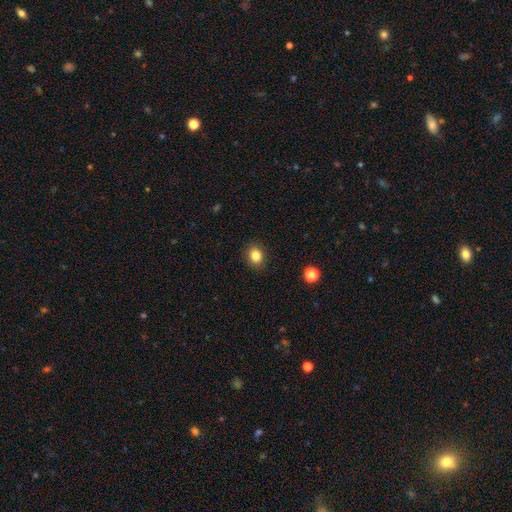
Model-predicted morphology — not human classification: Smooth or featured?
  - smooth: 84% *
  - star or artifact: 11%
  - featured or disk: 5%
How rounded?
  - round: 61% *
  - in between: 38%
  - cigar-shaped: 1%
Merging?
  - none: 89% *
  - minor disturbance: 7%
  - major disturbance: 2%
  - merger: 1%